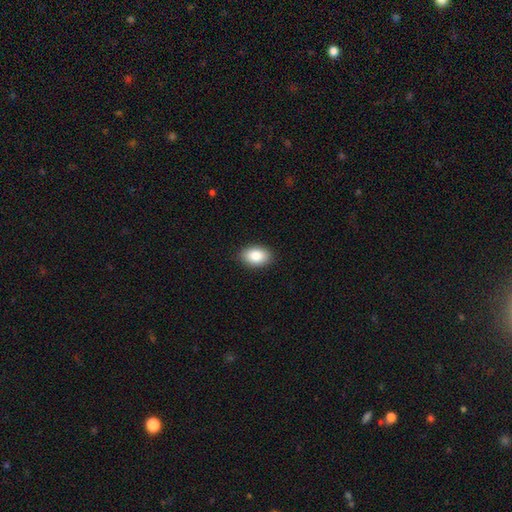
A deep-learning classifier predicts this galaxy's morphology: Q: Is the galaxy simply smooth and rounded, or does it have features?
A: smooth — 86%.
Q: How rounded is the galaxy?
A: in between — 88%.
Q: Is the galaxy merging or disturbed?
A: none — 89%.